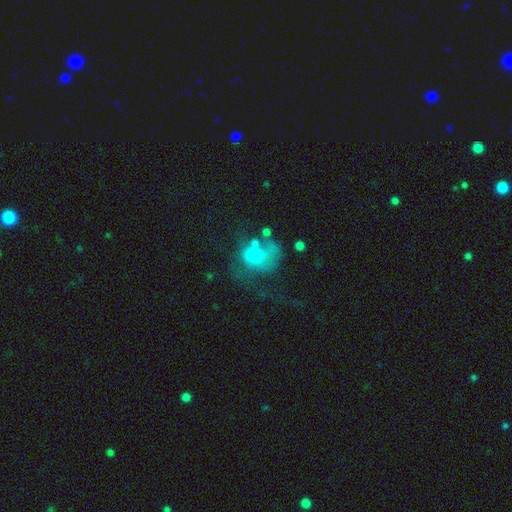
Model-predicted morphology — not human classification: Smooth or featured: smooth — 50% (featured or disk — 38%)
Merging: major disturbance — 45% (none — 23%)